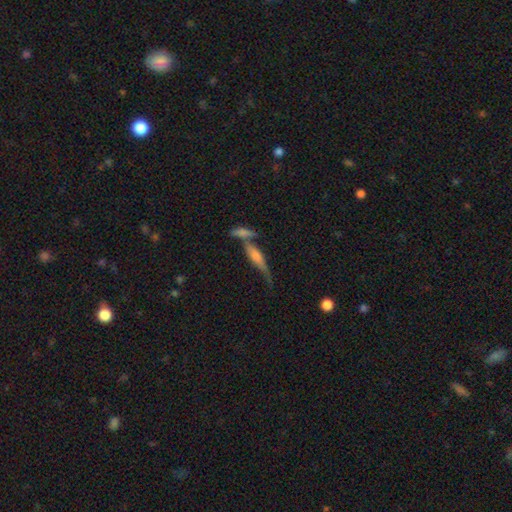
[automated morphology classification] A featured or disk galaxy (65%) viewed edge-on (88%) with a rounded central bulge (76%).

Vote fractions:
- Smooth or featured? featured or disk: 65% / smooth: 24% / star or artifact: 11%
- Edge-on disk? yes: 88% / no: 12%
- Edge-on bulge? rounded: 76% / boxy: 15% / none: 9%
- Merging? none: 50% / merger: 30% / minor disturbance: 13% / major disturbance: 7%